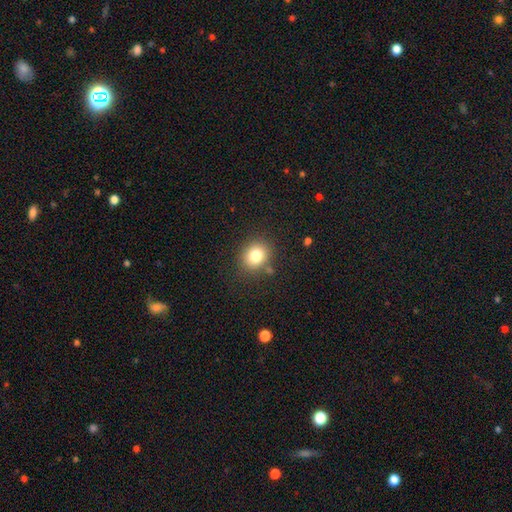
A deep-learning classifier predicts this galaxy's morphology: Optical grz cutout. It shows a smooth galaxy with no disk features (80%) that is round (69%). Merging: none (82%).